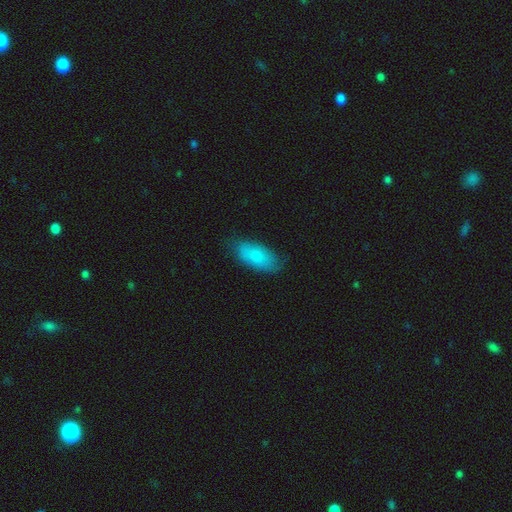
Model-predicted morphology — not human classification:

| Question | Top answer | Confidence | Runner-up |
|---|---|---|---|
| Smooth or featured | smooth | 79% | featured or disk (15%) |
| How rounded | in between | 90% | cigar-shaped (8%) |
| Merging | none | 74% | minor disturbance (20%) |